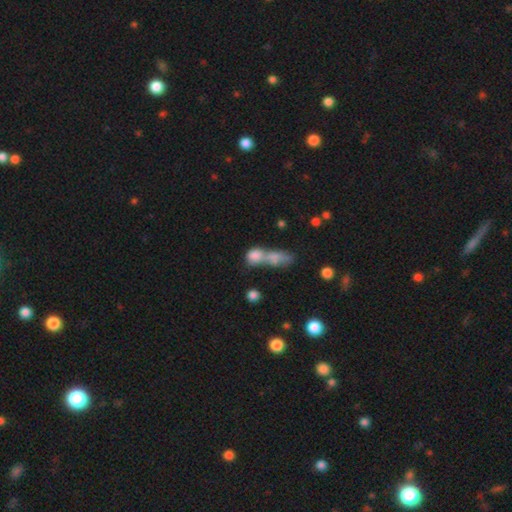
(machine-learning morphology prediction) The model was most divided on "how rounded": in between: 50%, round: 39%, cigar-shaped: 12%. More confident: smooth or featured — smooth (75%); merging — merger (63%).